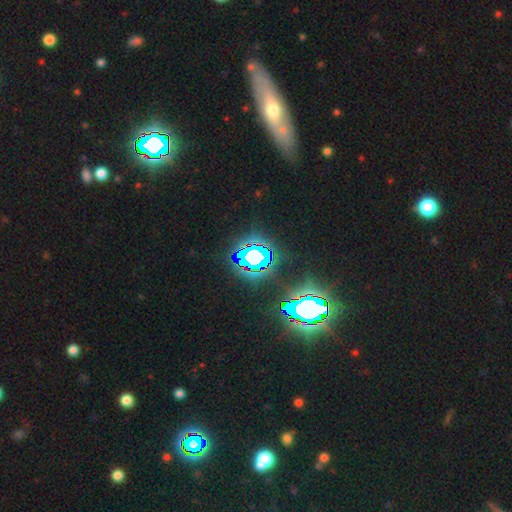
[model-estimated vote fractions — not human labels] A star or artifact, not a galaxy (65%).

Vote fractions:
- Smooth or featured? star or artifact: 65% / featured or disk: 17% / smooth: 17%